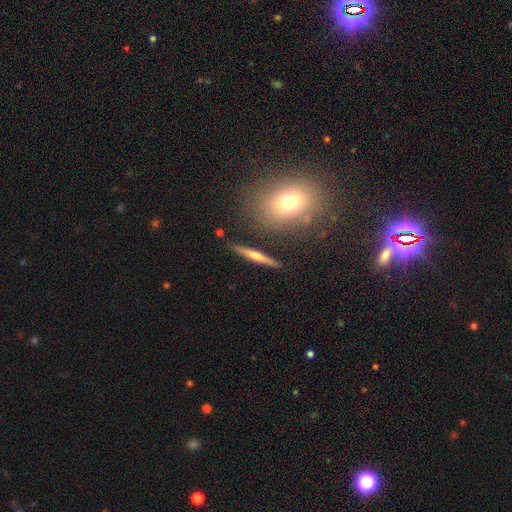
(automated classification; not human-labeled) This is possibly a featured or disk galaxy (47%). Merging: clearly none (87%).